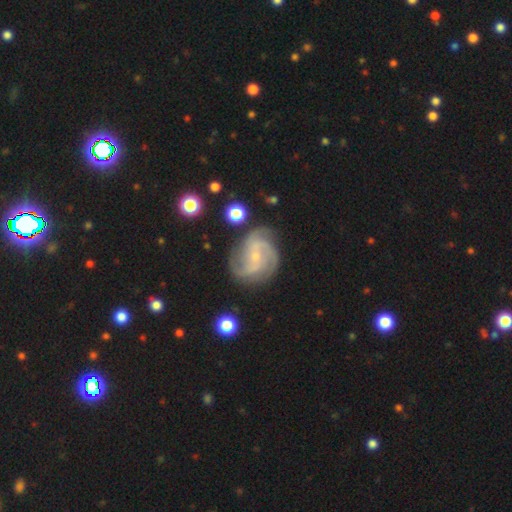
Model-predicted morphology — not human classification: Overall: featured or disk (89%). Edge-on disk: no (98%). Bar: no (61%; weak 30%). Spiral arms: yes (98%). Spiral arm count: 3 (50%; 2 17%). Spiral winding: medium (50%; tight 38%). Bulge size: small (78%). Merging: none (74%).